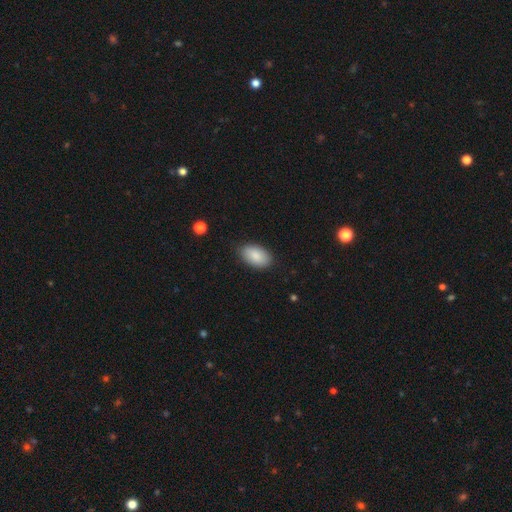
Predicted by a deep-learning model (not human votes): Smooth or featured: smooth — 88% (featured or disk — 6%)
How rounded: in between — 94% (round — 4%)
Merging: none — 84% (minor disturbance — 13%)